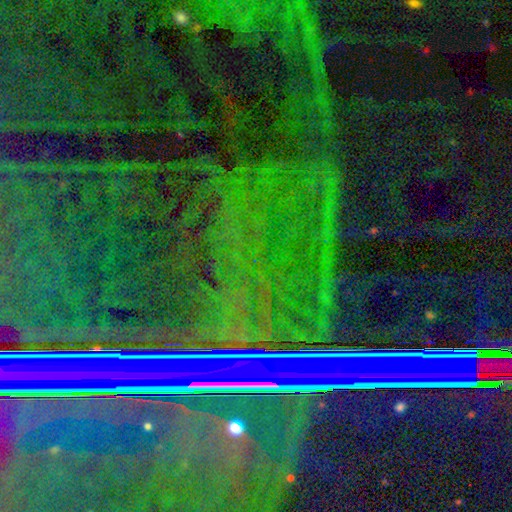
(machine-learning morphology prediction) The model was most divided on "smooth or featured": star or artifact: 87%, featured or disk: 8%, smooth: 5%.